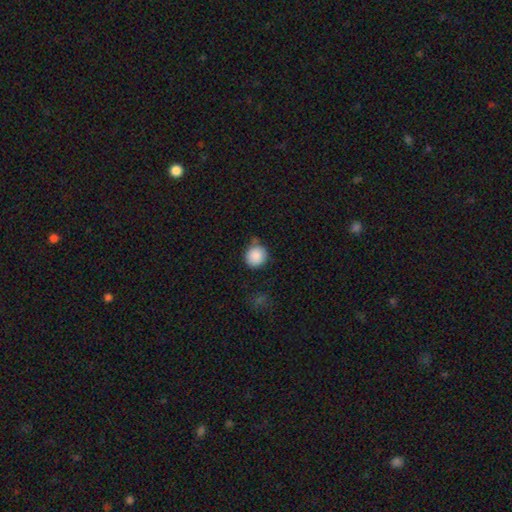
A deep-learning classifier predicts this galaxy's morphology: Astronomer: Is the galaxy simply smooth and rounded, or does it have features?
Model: smooth — 88%.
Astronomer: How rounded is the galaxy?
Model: round — 91%.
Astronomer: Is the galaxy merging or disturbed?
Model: none — 70%.